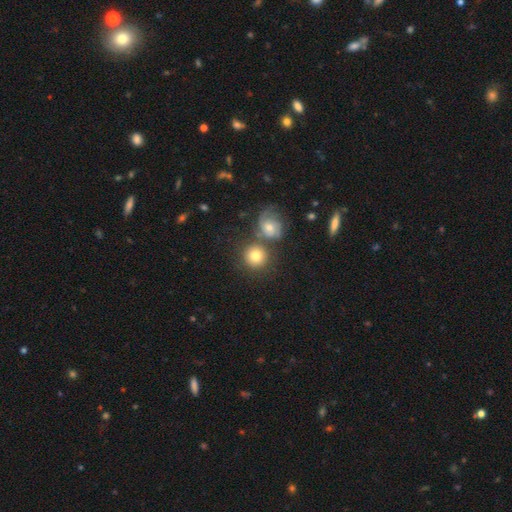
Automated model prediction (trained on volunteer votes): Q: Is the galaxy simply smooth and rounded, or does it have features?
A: smooth — 71%.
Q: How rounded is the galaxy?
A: round — 88%.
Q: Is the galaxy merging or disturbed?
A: none — 64%.